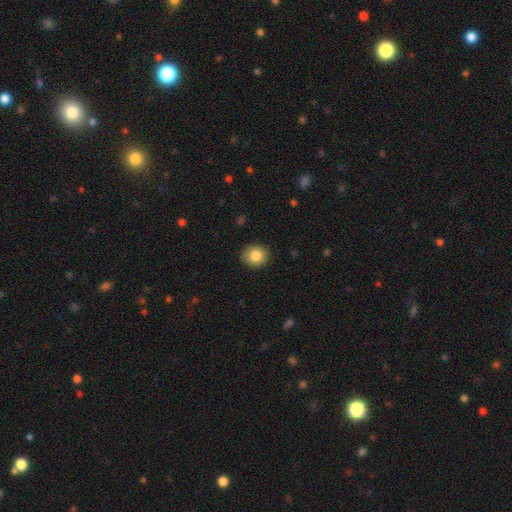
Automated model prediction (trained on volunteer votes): Q: Smooth or featured?
A: smooth (84%); runner-up: star or artifact (9%)
Q: How rounded?
A: round (74%); runner-up: in between (25%)
Q: Merging?
A: none (88%); runner-up: minor disturbance (9%)